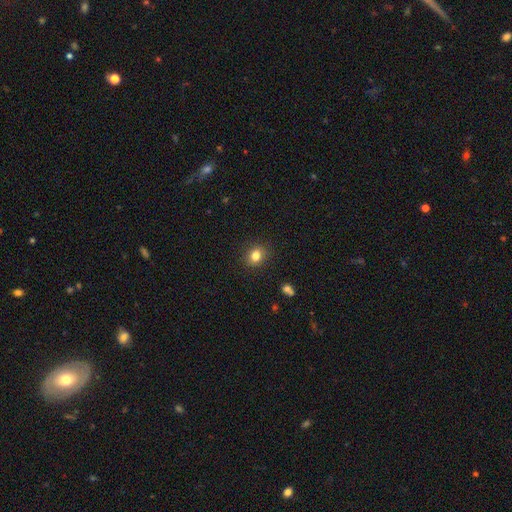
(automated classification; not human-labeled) Overall: smooth (82%). How rounded: round (59%; in between 40%). Merging: none (88%).